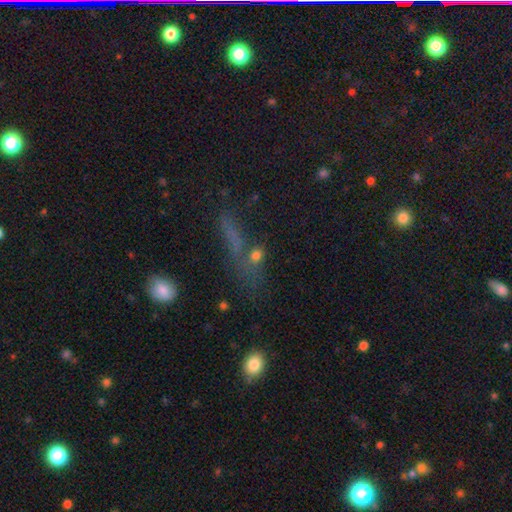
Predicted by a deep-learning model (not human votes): Smooth or featured?
  - smooth: 60% *
  - star or artifact: 26%
  - featured or disk: 14%
How rounded?
  - round: 50% *
  - in between: 33%
  - cigar-shaped: 17%
Merging?
  - none: 52% *
  - merger: 20%
  - major disturbance: 14%
  - minor disturbance: 14%